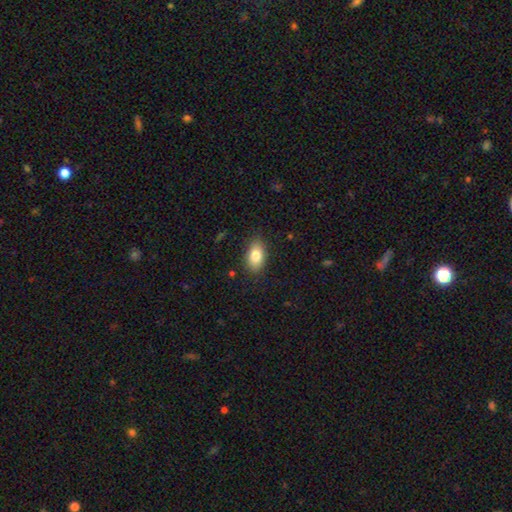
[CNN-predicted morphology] Smooth or featured? smooth (83%)
How rounded? in between (90%)
Merging? none (83%)